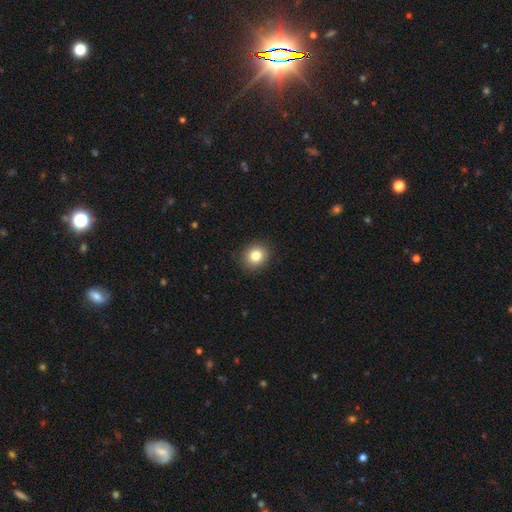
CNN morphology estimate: A smooth galaxy with no disk features (82%) that is round (77%). Merging: none (90%).